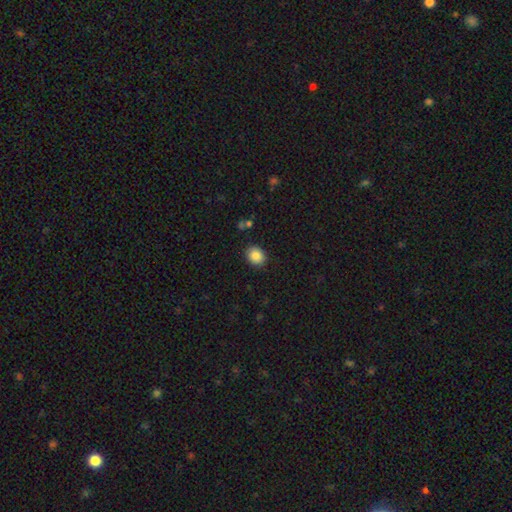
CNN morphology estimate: Smooth or featured?
  - smooth: 85% *
  - star or artifact: 9%
  - featured or disk: 6%
How rounded?
  - round: 54% *
  - in between: 45%
  - cigar-shaped: 1%
Merging?
  - none: 89% *
  - minor disturbance: 8%
  - major disturbance: 2%
  - merger: 1%